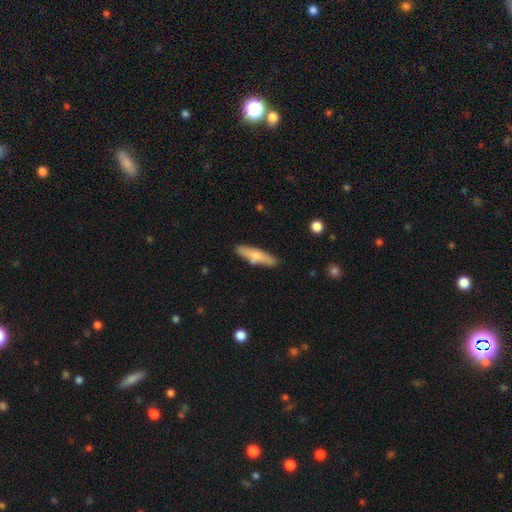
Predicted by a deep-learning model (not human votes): A smooth galaxy with no disk features (65%) that is cigar-shaped (74%). Merging: none (77%).